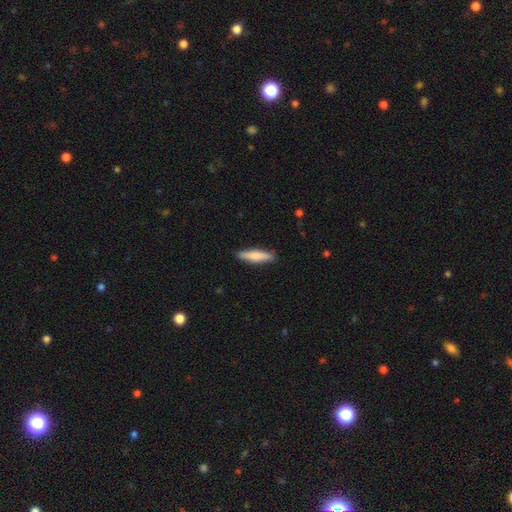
Morphology: type=smooth (76%); roundness=cigar-shaped (84%); merging=none (88%).